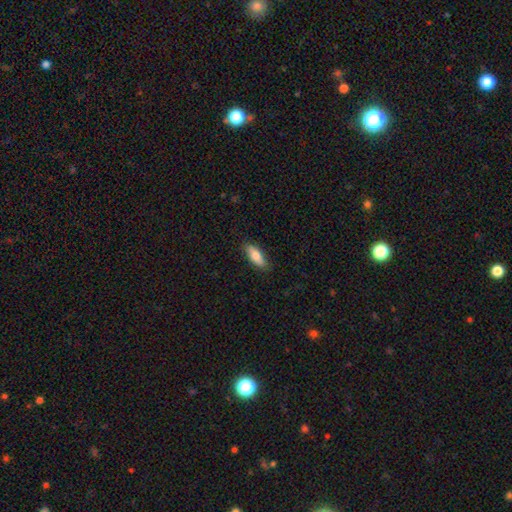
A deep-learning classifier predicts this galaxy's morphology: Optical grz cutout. It shows a smooth galaxy with no disk features (78%) that is in between round and cigar-shaped (72%). Merging: none (85%).